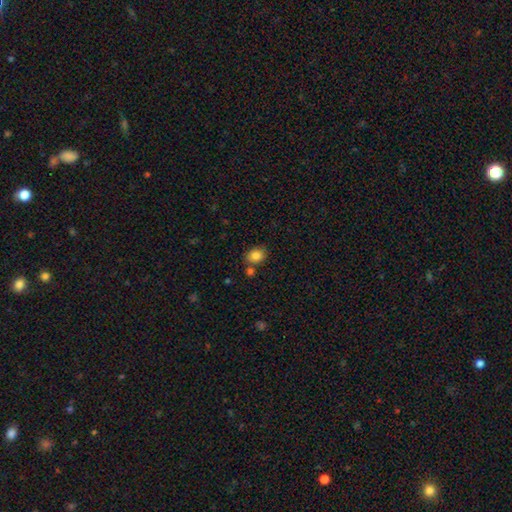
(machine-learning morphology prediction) smooth 84%, star or artifact 9%, featured or disk 7%. Down the decision tree: how rounded — in between (54%); merging — none (74%).